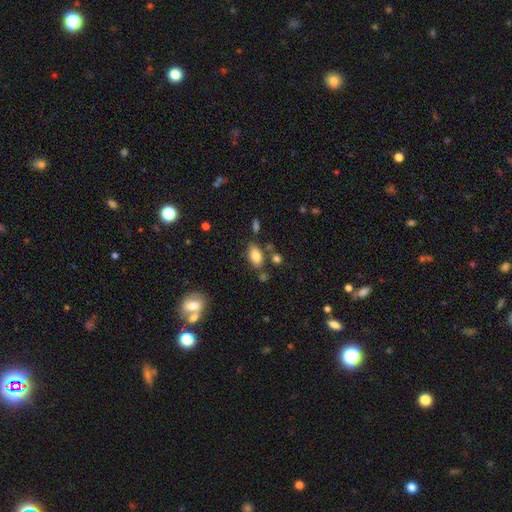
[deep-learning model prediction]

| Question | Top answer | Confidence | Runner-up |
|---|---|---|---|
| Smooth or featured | smooth | 82% | featured or disk (10%) |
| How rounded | in between | 91% | round (6%) |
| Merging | none | 72% | minor disturbance (14%) |